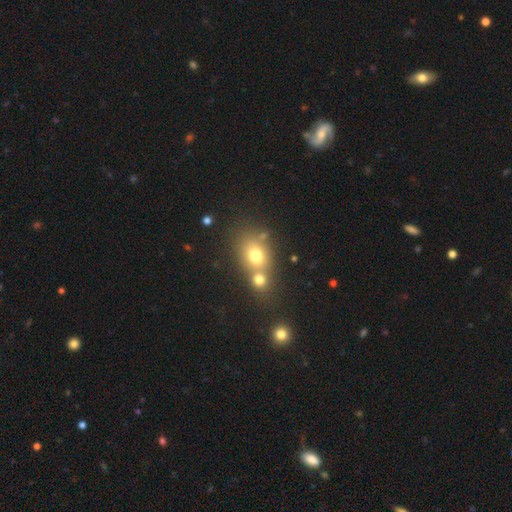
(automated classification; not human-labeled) This appears to be a smooth galaxy with no disk features (71%) that is round (52%). Merging: merger (47%).